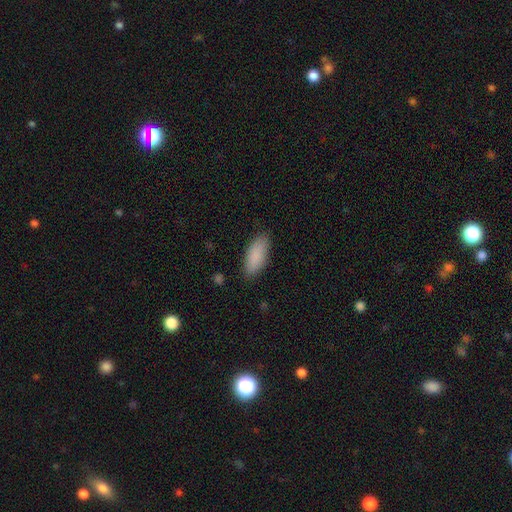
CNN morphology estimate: Smooth or featured: smooth — 88% (featured or disk — 6%)
How rounded: in between — 77% (cigar-shaped — 22%)
Merging: none — 85% (minor disturbance — 11%)